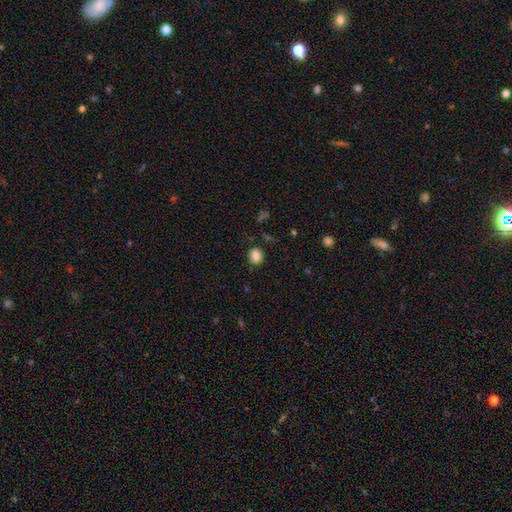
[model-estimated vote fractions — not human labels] This is clearly a smooth galaxy (85%). How rounded: likely round (66%). Merging: clearly none (86%).